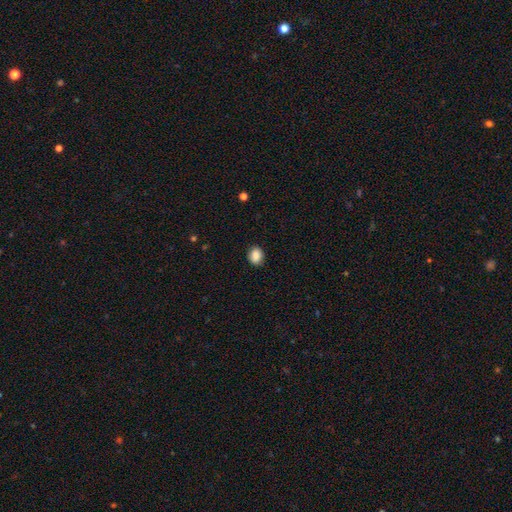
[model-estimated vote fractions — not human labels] Morphology: type=smooth (88%); roundness=in between (52%); merging=none (86%).